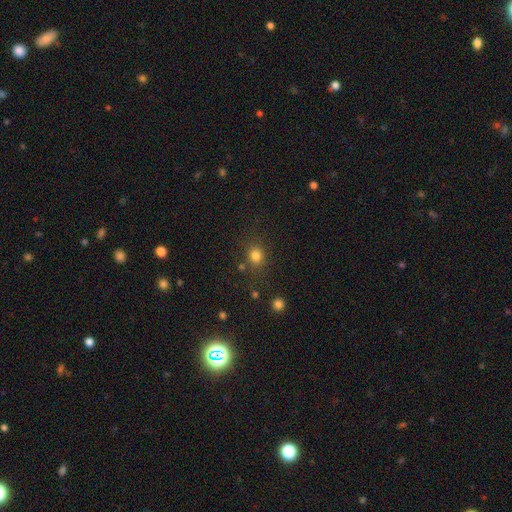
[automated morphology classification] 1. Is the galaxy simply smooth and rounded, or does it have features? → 80% smooth, 14% star or artifact, 6% featured or disk.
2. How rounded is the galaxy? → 71% round, 28% in between, 1% cigar-shaped.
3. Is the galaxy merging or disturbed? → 77% none, 12% minor disturbance, 6% merger, 5% major disturbance.